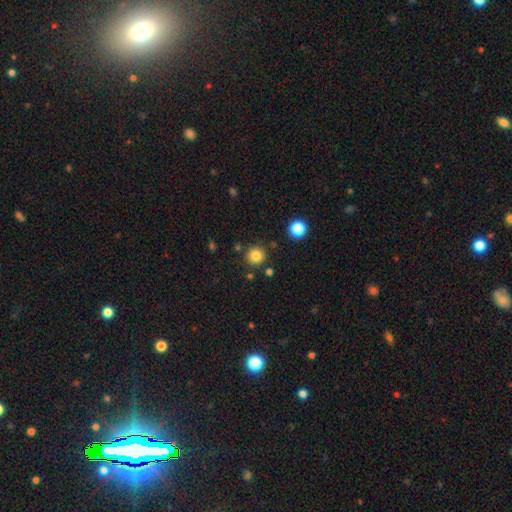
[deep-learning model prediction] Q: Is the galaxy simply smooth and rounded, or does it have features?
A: smooth — 83%.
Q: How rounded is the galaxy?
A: round — 94%.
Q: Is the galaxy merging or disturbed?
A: none — 86%.